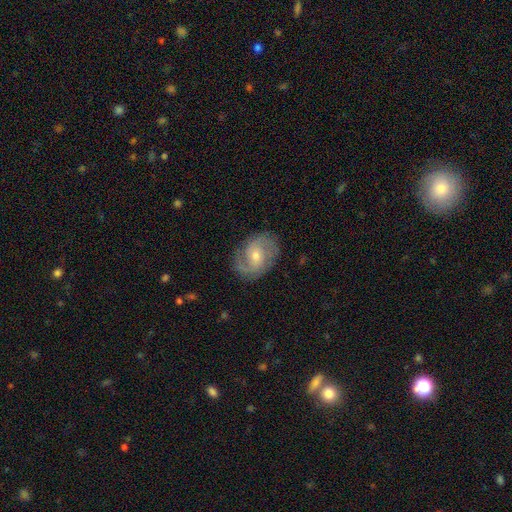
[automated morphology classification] A featured or disk galaxy (79%) with no bar (51%), 2 (73%) medium (46%) spiral arms (94%) and a moderate central bulge (49%). Merging: none (79%).